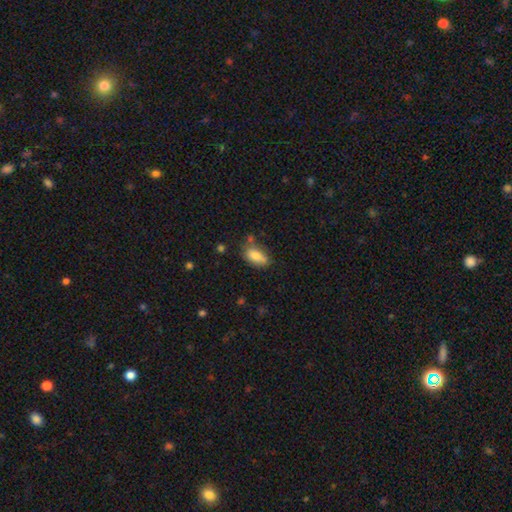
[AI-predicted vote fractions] Smooth or featured?
  - smooth: 79% *
  - featured or disk: 13%
  - star or artifact: 8%
How rounded?
  - in between: 88% *
  - cigar-shaped: 6%
  - round: 5%
Merging?
  - none: 60% *
  - minor disturbance: 24%
  - merger: 11%
  - major disturbance: 6%